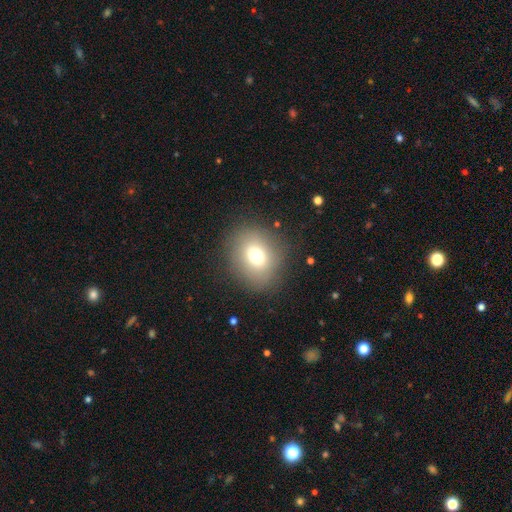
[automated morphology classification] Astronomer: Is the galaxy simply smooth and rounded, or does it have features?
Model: smooth — 71%.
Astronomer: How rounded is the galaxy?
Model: round — 64%.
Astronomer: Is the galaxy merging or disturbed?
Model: none — 87%.